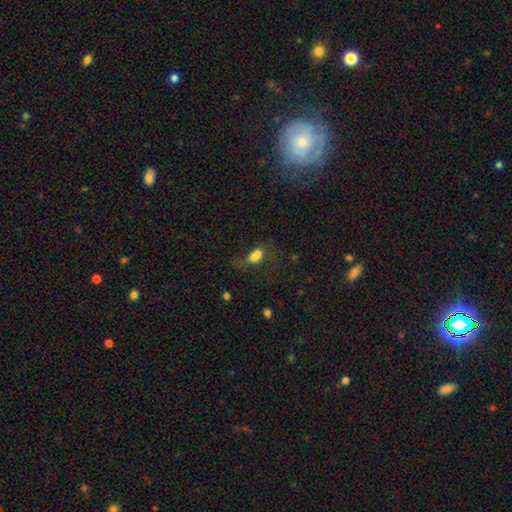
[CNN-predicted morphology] This appears to be a smooth galaxy with no disk features (66%) that is in between round and cigar-shaped (70%). Merging: merger (46%).